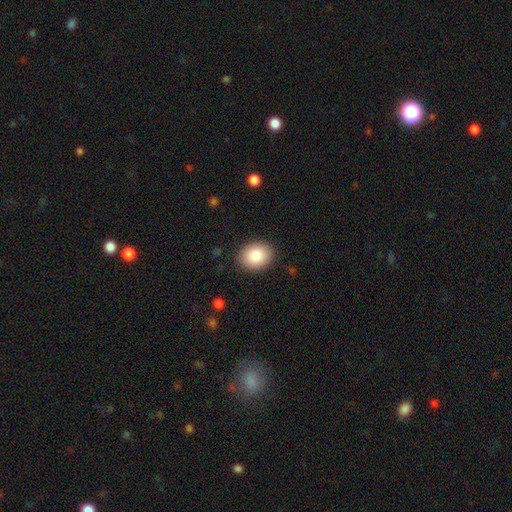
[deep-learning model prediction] A smooth galaxy with no disk features (84%) that is in between round and cigar-shaped (50%). Merging: none (88%).